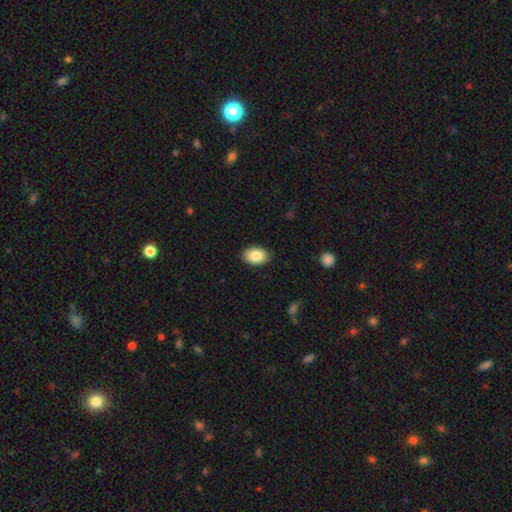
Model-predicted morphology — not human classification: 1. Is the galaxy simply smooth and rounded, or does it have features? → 86% smooth, 7% star or artifact, 7% featured or disk.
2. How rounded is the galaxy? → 85% in between, 14% round, 1% cigar-shaped.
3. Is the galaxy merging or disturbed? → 89% none, 8% minor disturbance, 2% major disturbance, 1% merger.